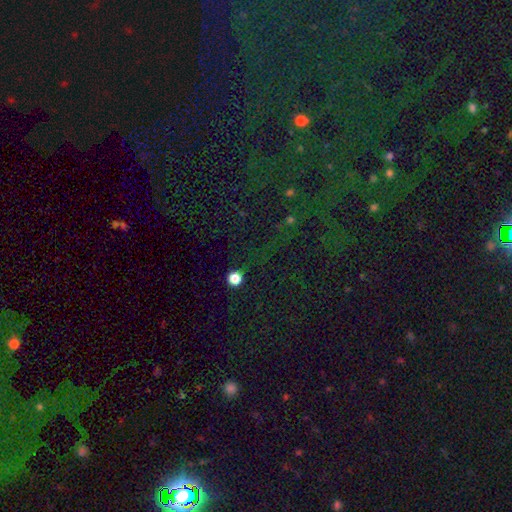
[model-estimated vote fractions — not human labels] Smooth or featured? star or artifact (80%)